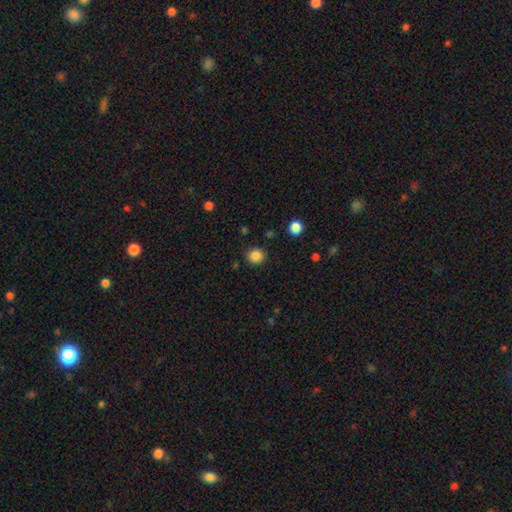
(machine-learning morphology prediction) Smooth or featured: smooth — 85% (star or artifact — 12%)
How rounded: round — 91% (in between — 8%)
Merging: none — 89% (minor disturbance — 7%)